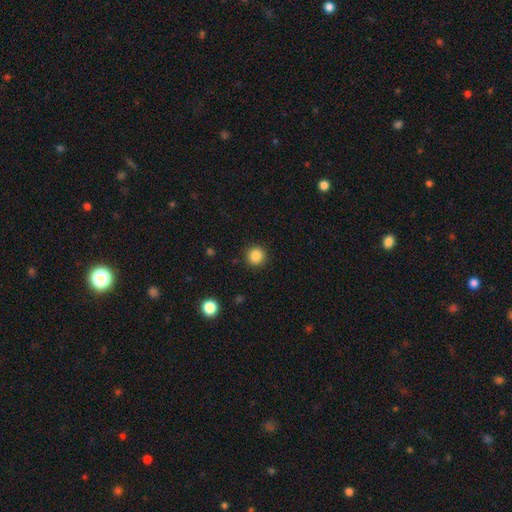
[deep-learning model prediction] Smooth or featured: smooth — 86% (star or artifact — 11%)
How rounded: round — 94% (in between — 5%)
Merging: none — 91% (minor disturbance — 6%)